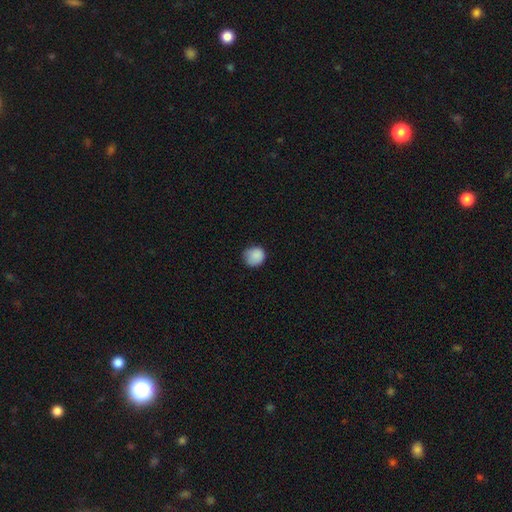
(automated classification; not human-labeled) This appears to be a smooth galaxy with no disk features (87%) that is round (86%). Merging: none (72%).